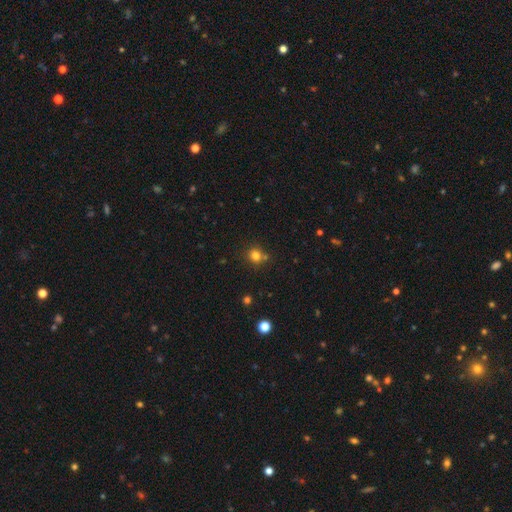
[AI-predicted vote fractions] A smooth galaxy with no disk features (79%) that is round (85%). Merging: none (69%).